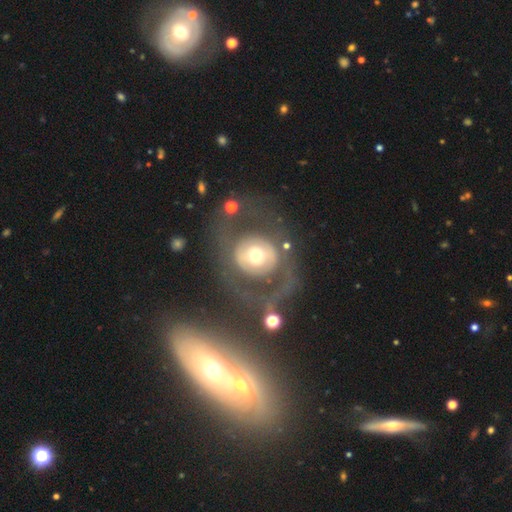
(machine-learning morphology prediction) A featured or disk galaxy (57%) with no bar (71%), no spiral arms (65%) and a moderate central bulge (62%).

Vote fractions:
- Smooth or featured? featured or disk: 57% / smooth: 35% / star or artifact: 8%
- Edge-on disk? no: 95% / yes: 5%
- Bar? no: 71% / weak: 19% / strong: 11%
- Spiral arms? no: 65% / yes: 35%
- Bulge size? moderate: 62% / large: 21% / small: 13% / dominant: 4% / none: 1%
- Merging? none: 58% / major disturbance: 23% / minor disturbance: 13% / merger: 6%